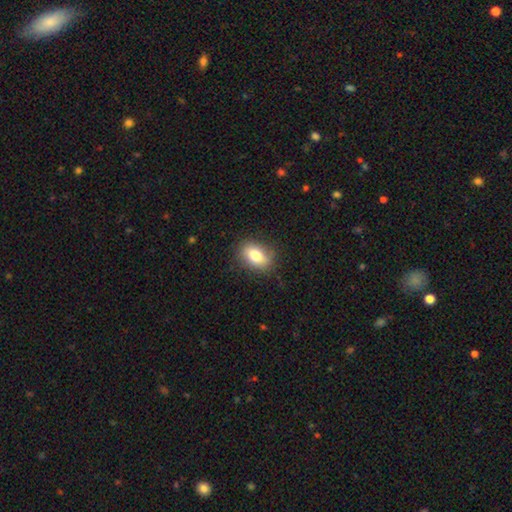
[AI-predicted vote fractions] Smooth or featured? Predicted: smooth (p=0.78). How rounded? Predicted: in between (p=0.81). Merging? Predicted: none (p=0.80).